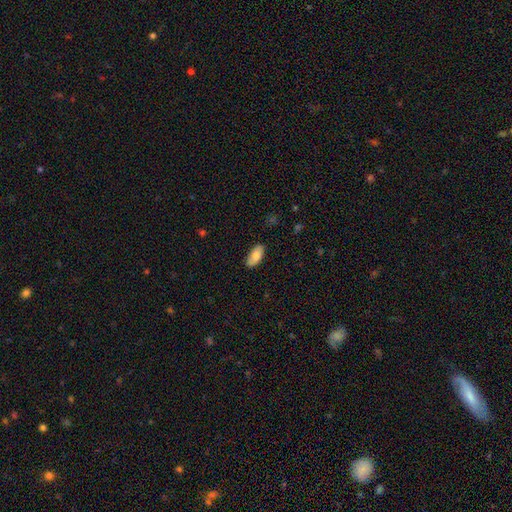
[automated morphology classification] smooth_or_featured: smooth (p=0.82) [alt: featured or disk p=0.13]
how_rounded: in between (p=0.90) [alt: cigar-shaped p=0.08]
merging: none (p=0.84) [alt: minor disturbance p=0.13]